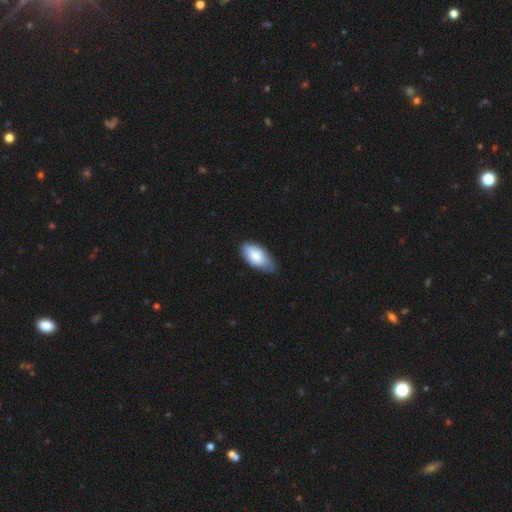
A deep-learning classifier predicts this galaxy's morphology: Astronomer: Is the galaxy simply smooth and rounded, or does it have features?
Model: smooth — 82%.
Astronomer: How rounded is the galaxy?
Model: in between — 93%.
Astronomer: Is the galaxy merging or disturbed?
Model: none — 67%.